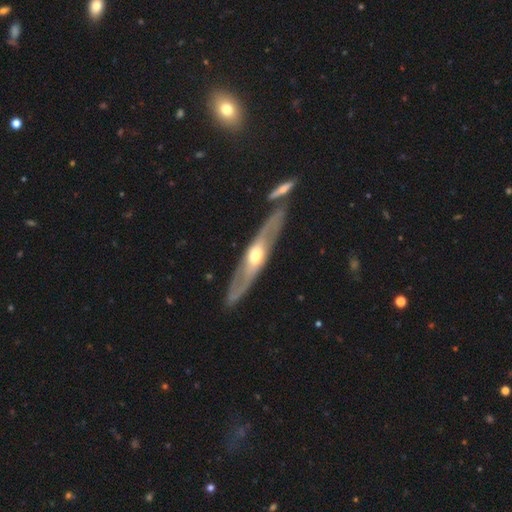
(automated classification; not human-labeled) Overall: featured or disk (73%). Edge-on disk: yes (61%; no 39%). Merging: none (80%).